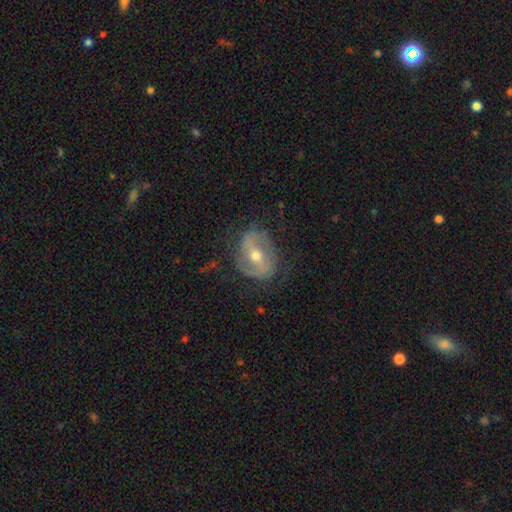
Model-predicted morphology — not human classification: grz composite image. It shows a featured or disk galaxy (77%) with a strong bar (40%), 2 (79%) medium (42%) spiral arms (81%) and a moderate central bulge (66%). Merging: none (71%).